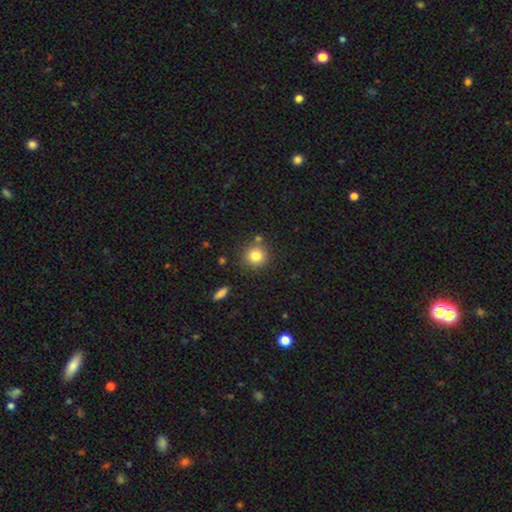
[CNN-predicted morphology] Q: Smooth or featured?
A: smooth (81%); runner-up: star or artifact (11%)
Q: How rounded?
A: round (91%); runner-up: in between (8%)
Q: Merging?
A: none (79%); runner-up: minor disturbance (9%)